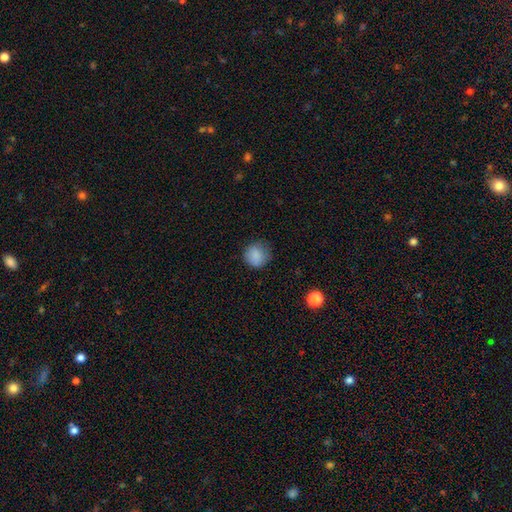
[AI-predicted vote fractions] A smooth galaxy with no disk features (86%) that is round (89%).

Vote fractions:
- Smooth or featured? smooth: 86% / star or artifact: 9% / featured or disk: 5%
- How rounded? round: 89% / in between: 10% / cigar-shaped: 1%
- Merging? none: 77% / minor disturbance: 17% / major disturbance: 4% / merger: 1%